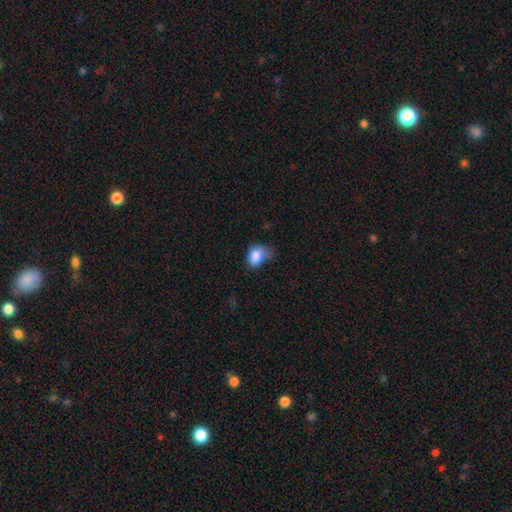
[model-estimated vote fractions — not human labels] Smooth or featured? smooth (82%)
How rounded? in between (71%)
Merging? minor disturbance (43%)